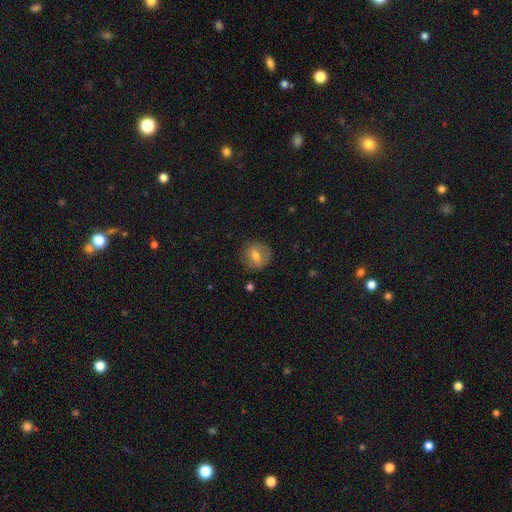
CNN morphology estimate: Overall: smooth (65%; featured or disk 26%). How rounded: round (86%). Merging: none (83%).